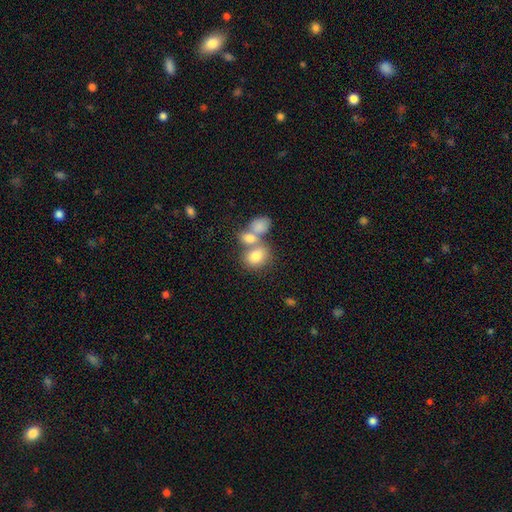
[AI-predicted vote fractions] Morphology: type=smooth (78%); roundness=in between (61%); merging=merger (50%).